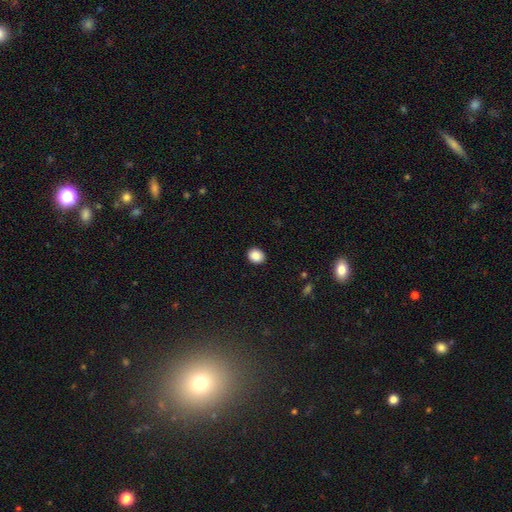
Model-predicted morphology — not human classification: smooth-or-featured: smooth: 88% | star or artifact: 9% | featured or disk: 3%
  how-rounded: round: 57% | in between: 43% | cigar-shaped: 1%
  merging: none: 91% | minor disturbance: 7% | major disturbance: 2% | merger: 1%